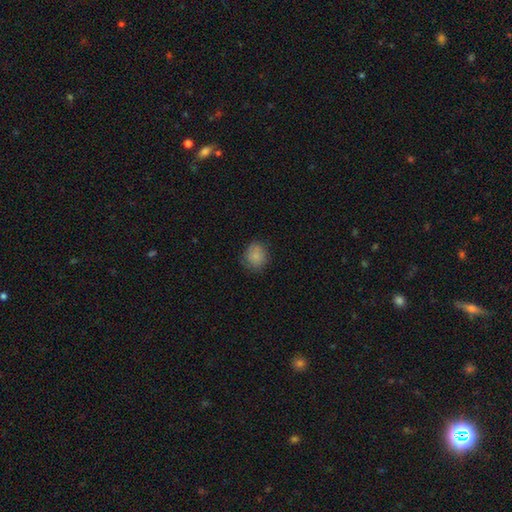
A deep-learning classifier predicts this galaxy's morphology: type=smooth (81%); roundness=round (78%); merging=none (73%).